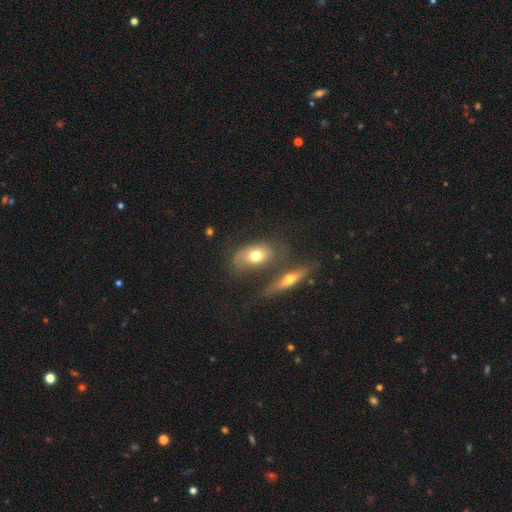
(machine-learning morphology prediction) This is likely a smooth galaxy (62%). How rounded: clearly in between (82%). Merging: possibly none (46%).